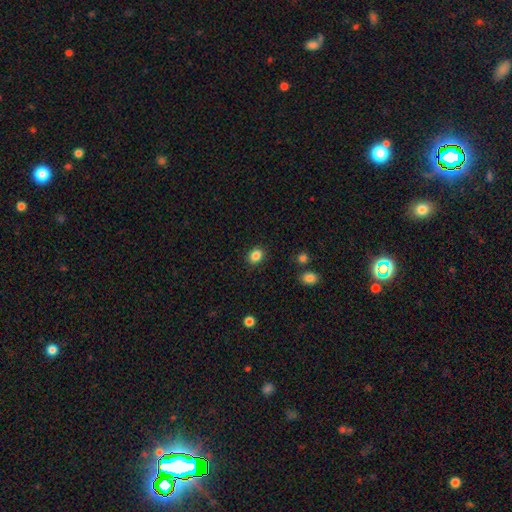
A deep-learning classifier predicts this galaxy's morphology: A smooth galaxy with no disk features (86%) that is in between round and cigar-shaped (59%). Merging: none (88%).